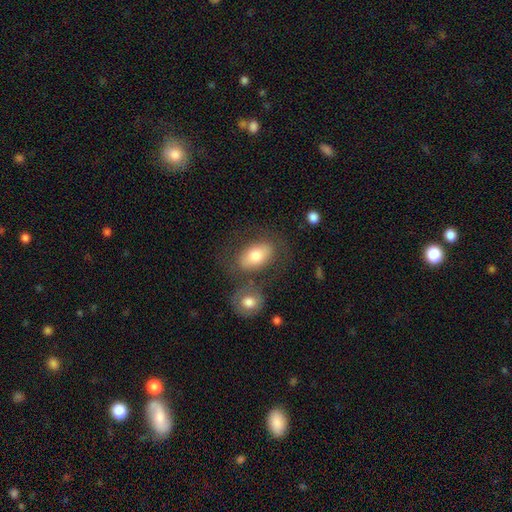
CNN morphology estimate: Smooth or featured?
  - smooth: 71% *
  - featured or disk: 22%
  - star or artifact: 7%
How rounded?
  - in between: 89% *
  - round: 9%
  - cigar-shaped: 2%
Merging?
  - none: 61% *
  - merger: 17%
  - minor disturbance: 14%
  - major disturbance: 8%